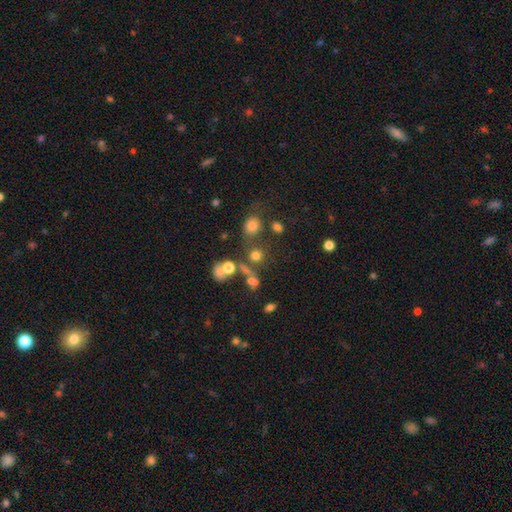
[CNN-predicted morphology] smooth 66%, star or artifact 23%, featured or disk 11%. Down the decision tree: how rounded — round (83%); merging — none (58%).